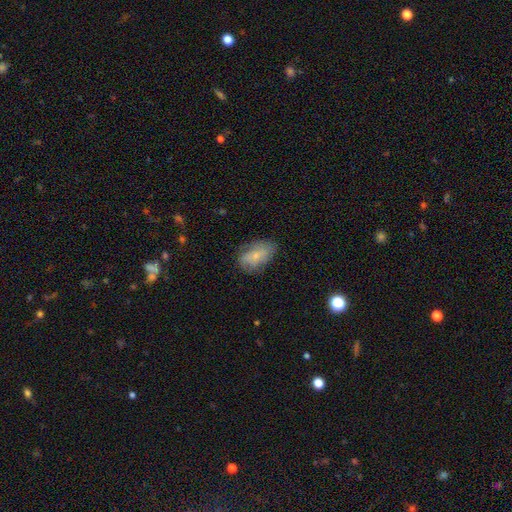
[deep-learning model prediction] Q: Smooth or featured?
A: smooth (62%); runner-up: featured or disk (30%)
Q: How rounded?
A: in between (89%); runner-up: round (9%)
Q: Merging?
A: none (68%); runner-up: minor disturbance (23%)